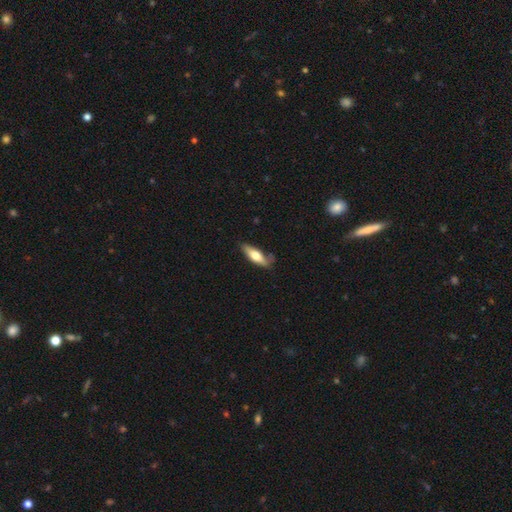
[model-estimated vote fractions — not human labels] A smooth galaxy with no disk features (60%) that is in between round and cigar-shaped (51%).

Vote fractions:
- Smooth or featured? smooth: 60% / featured or disk: 34% / star or artifact: 6%
- How rounded? in between: 51% / cigar-shaped: 46% / round: 2%
- Merging? none: 63% / minor disturbance: 27% / major disturbance: 7% / merger: 3%